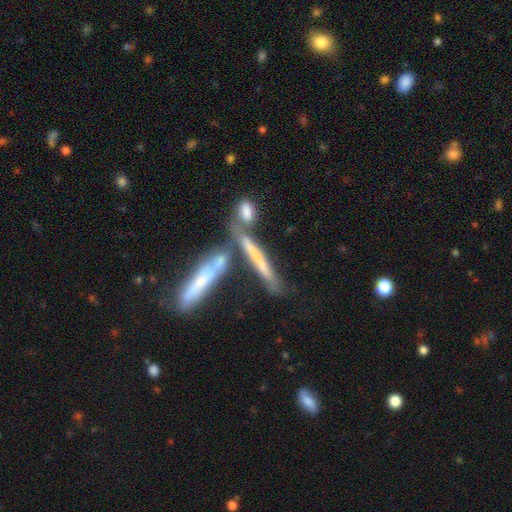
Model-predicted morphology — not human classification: This appears to be a featured or disk galaxy (46%). Merging: none (46%).